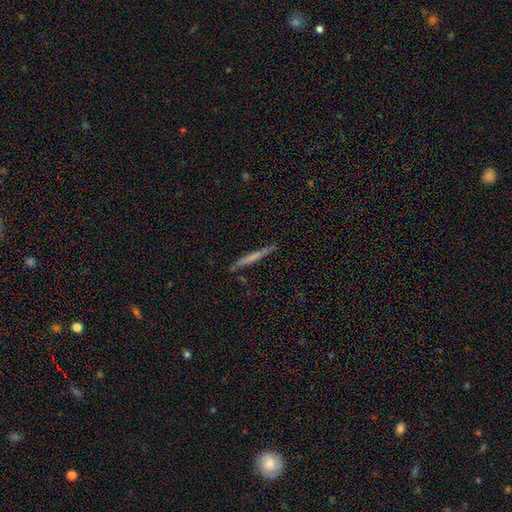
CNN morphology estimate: Smooth or featured: featured or disk — 50% (smooth — 44%)
Merging: none — 87% (minor disturbance — 9%)